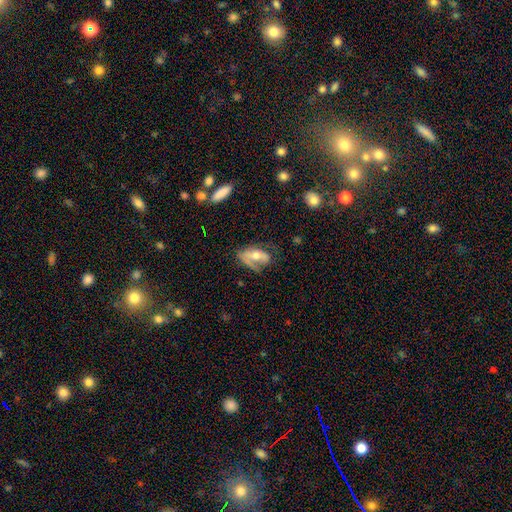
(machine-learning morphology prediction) A featured or disk galaxy (50%). Merging: none (41%).